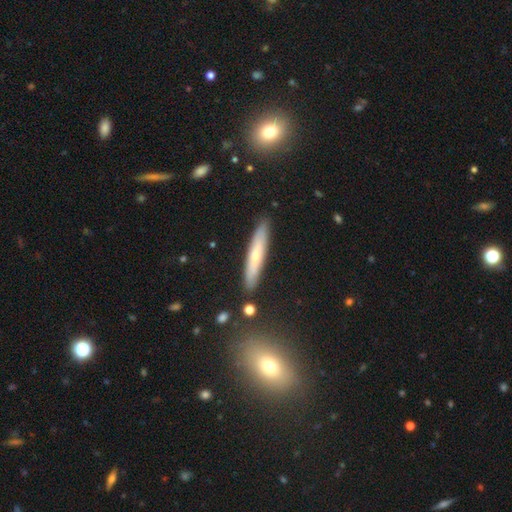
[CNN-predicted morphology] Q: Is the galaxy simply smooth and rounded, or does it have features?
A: smooth — 53%.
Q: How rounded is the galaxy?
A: cigar-shaped — 91%.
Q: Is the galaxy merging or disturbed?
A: none — 88%.